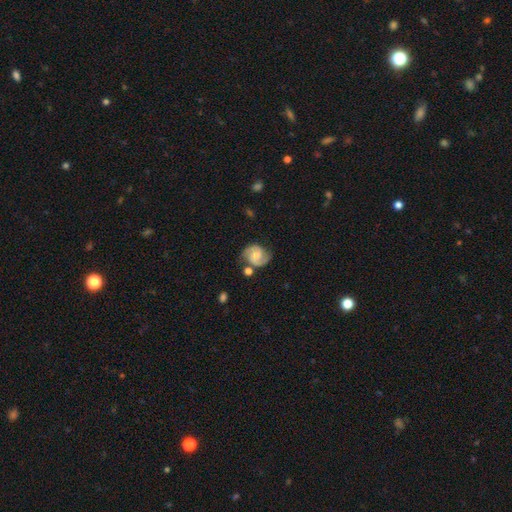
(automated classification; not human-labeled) Smooth or featured? featured or disk (82%)
Edge-on disk? no (98%)
Bar? no (53%)
Spiral arms? yes (97%)
Spiral winding? medium (51%)
Spiral arm count? 2 (91%)
Bulge size? small (36%)
Merging? none (72%)